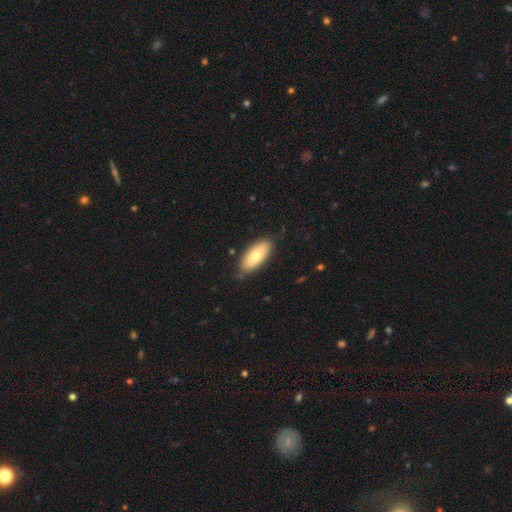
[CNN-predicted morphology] This is likely a smooth galaxy (74%). How rounded: clearly in between (86%). Merging: likely none (80%).